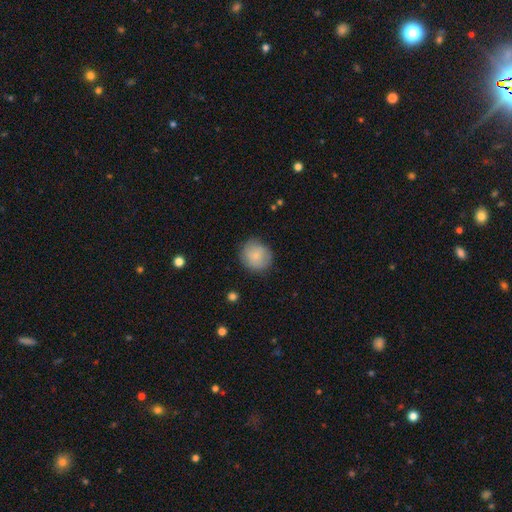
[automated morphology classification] A smooth galaxy with no disk features (80%) that is round (83%).

Vote fractions:
- Smooth or featured? smooth: 80% / featured or disk: 13% / star or artifact: 7%
- How rounded? round: 83% / in between: 16% / cigar-shaped: 1%
- Merging? none: 81% / minor disturbance: 15% / major disturbance: 4% / merger: 1%